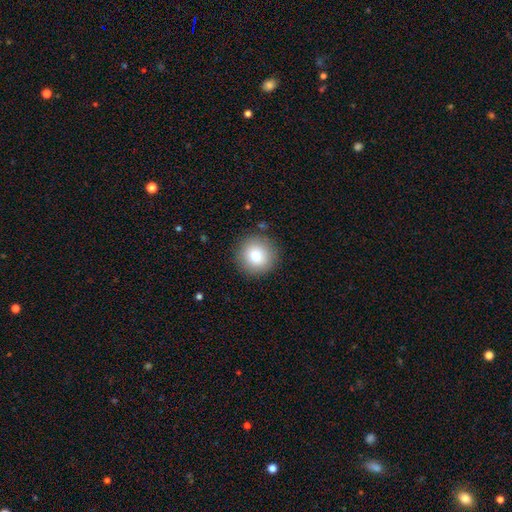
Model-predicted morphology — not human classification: Smooth or featured?
  - smooth: 79% *
  - featured or disk: 11%
  - star or artifact: 10%
How rounded?
  - round: 95% *
  - in between: 4%
  - cigar-shaped: 1%
Merging?
  - none: 89% *
  - minor disturbance: 7%
  - major disturbance: 2%
  - merger: 1%